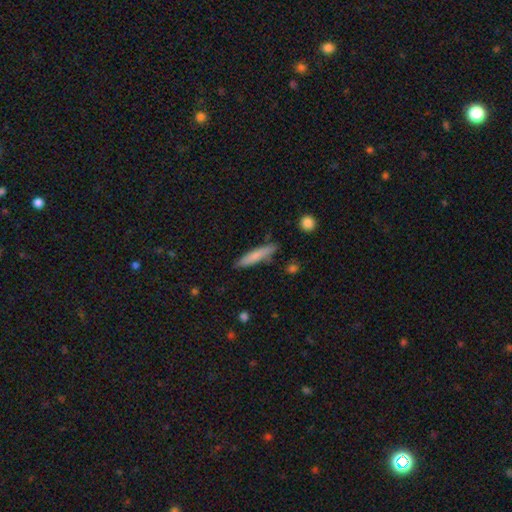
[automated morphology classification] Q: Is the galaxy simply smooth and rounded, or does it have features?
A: smooth — 77%.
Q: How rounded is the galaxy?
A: cigar-shaped — 87%.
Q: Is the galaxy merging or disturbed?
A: none — 82%.